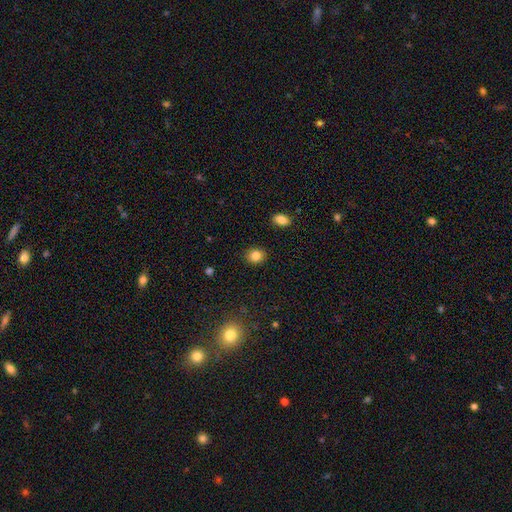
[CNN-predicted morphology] This appears to be a smooth galaxy with no disk features (84%) that is round (64%). Merging: none (88%).